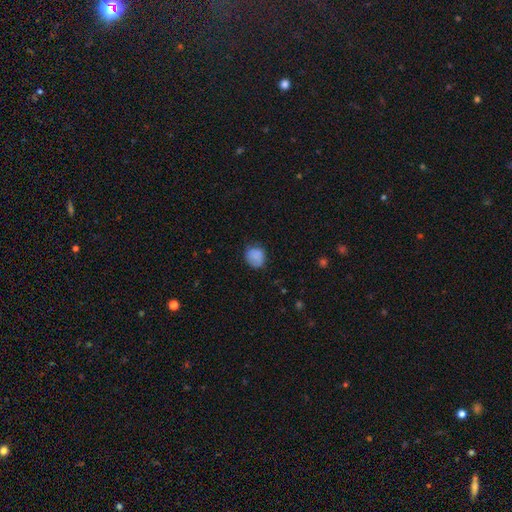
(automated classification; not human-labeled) smooth 82%, star or artifact 9%, featured or disk 9%. Down the decision tree: how rounded — round (70%); merging — none (67%).